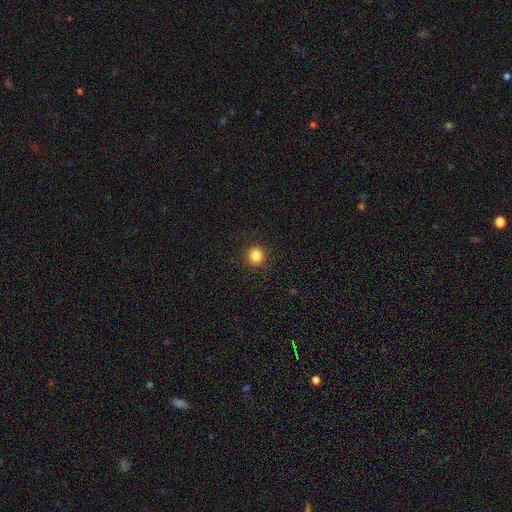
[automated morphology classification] smooth-or-featured: smooth: 84% | star or artifact: 12% | featured or disk: 4%
  how-rounded: round: 94% | in between: 5% | cigar-shaped: 1%
  merging: none: 92% | minor disturbance: 5% | major disturbance: 2% | merger: 1%